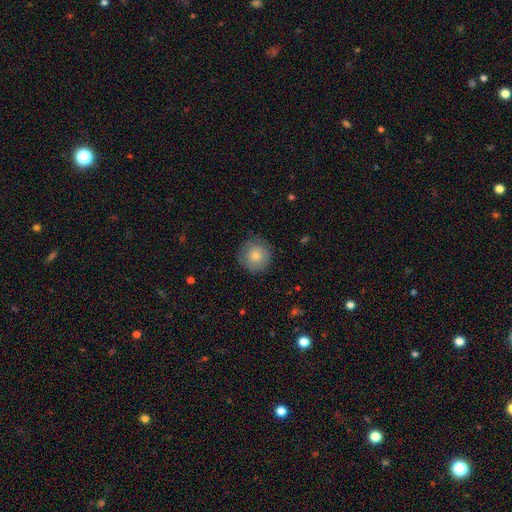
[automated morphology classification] smooth_or_featured: smooth (p=0.80) [alt: featured or disk p=0.12]
how_rounded: round (p=0.94) [alt: in between p=0.05]
merging: none (p=0.82) [alt: minor disturbance p=0.14]